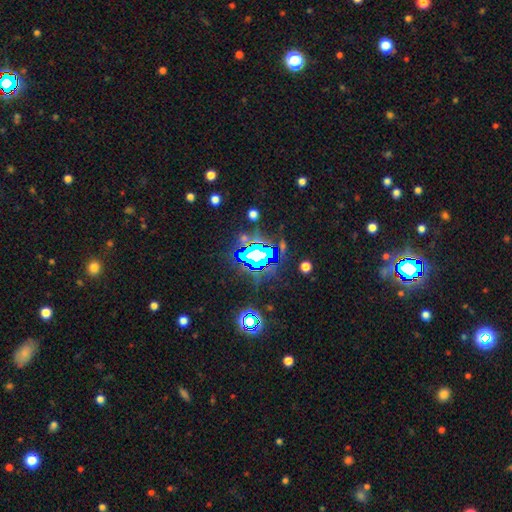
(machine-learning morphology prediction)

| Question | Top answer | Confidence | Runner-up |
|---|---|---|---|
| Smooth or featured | star or artifact | 73% | smooth (15%) |